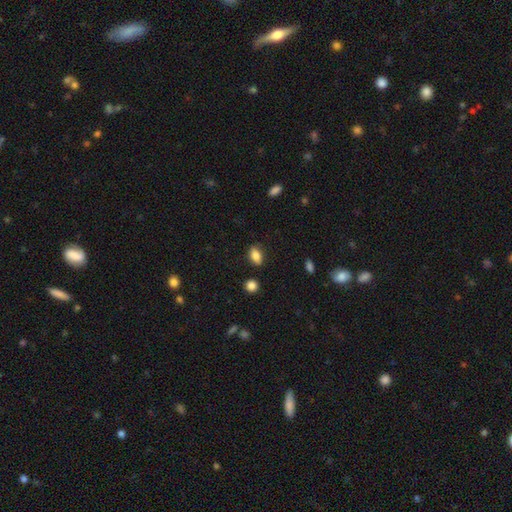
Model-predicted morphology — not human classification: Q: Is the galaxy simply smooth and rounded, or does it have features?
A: smooth — 84%.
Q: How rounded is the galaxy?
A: in between — 87%.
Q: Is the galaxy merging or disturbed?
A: none — 83%.